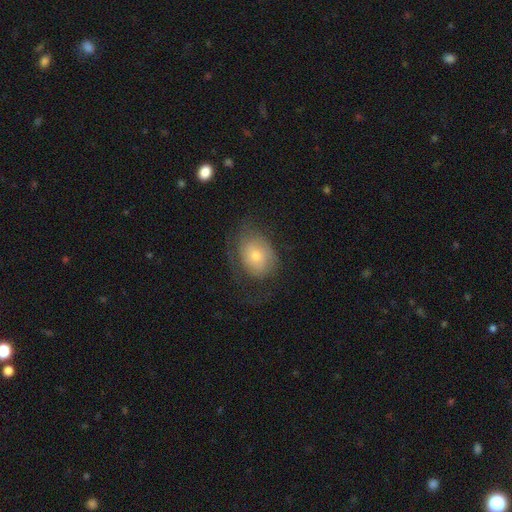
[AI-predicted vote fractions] smooth-or-featured: smooth: 47% | featured or disk: 44% | star or artifact: 9%
  merging: none: 53% | major disturbance: 23% | minor disturbance: 23% | merger: 1%